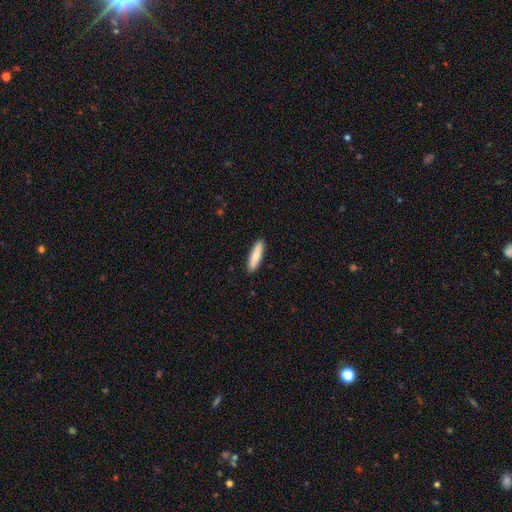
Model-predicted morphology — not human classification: smooth_or_featured: smooth (p=0.78) [alt: featured or disk p=0.17]
how_rounded: cigar-shaped (p=0.75) [alt: in between p=0.24]
merging: none (p=0.90) [alt: minor disturbance p=0.07]